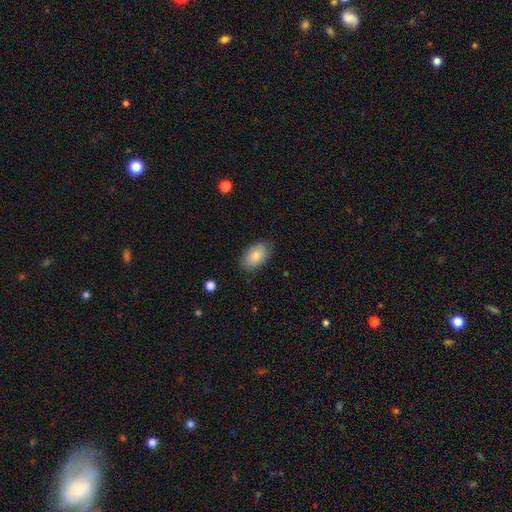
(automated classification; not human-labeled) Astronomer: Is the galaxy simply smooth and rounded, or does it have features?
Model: smooth — 83%.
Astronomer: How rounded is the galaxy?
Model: in between — 93%.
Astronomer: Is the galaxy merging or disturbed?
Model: none — 82%.